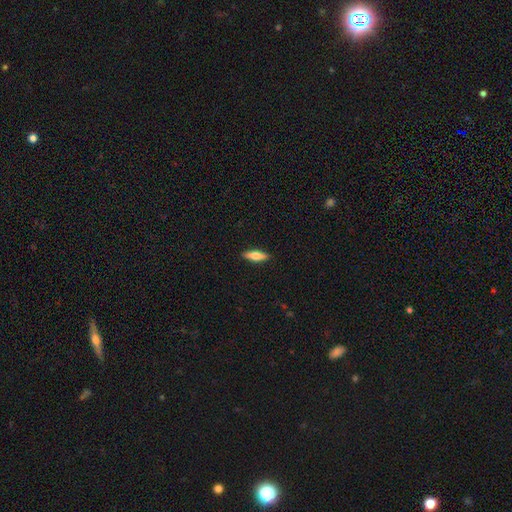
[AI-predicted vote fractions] smooth_or_featured: smooth (p=0.64) [alt: featured or disk p=0.30]
how_rounded: cigar-shaped (p=0.54) [alt: in between p=0.44]
merging: none (p=0.90) [alt: minor disturbance p=0.07]